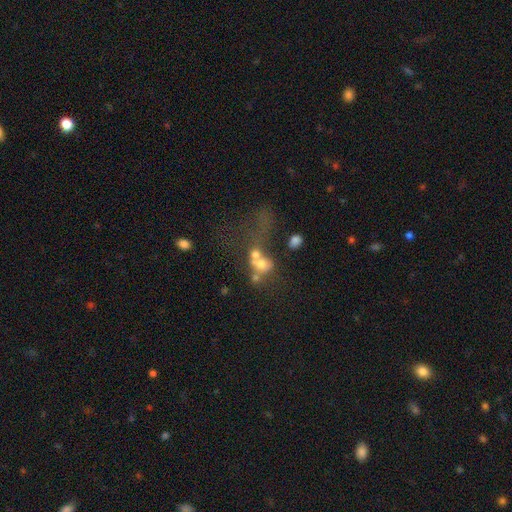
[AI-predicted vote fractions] Q: Smooth or featured?
A: star or artifact (36%); runner-up: smooth (33%)